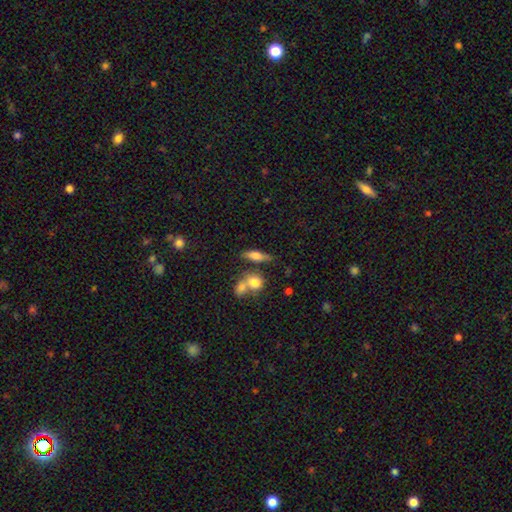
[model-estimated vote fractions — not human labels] smooth 62%, featured or disk 29%, star or artifact 9%. Down the decision tree: how rounded — in between (53%); merging — none (60%).